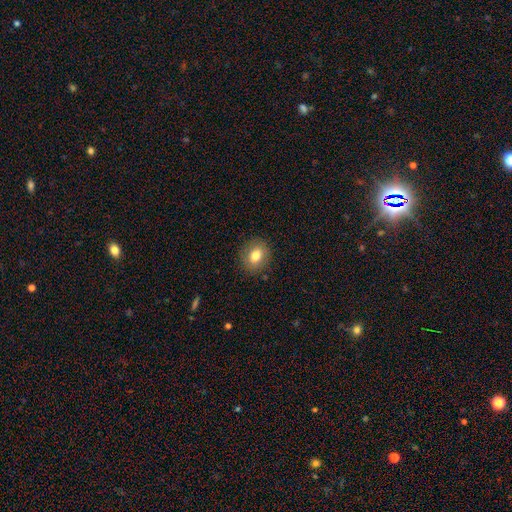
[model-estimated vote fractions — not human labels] This appears to be a smooth galaxy with no disk features (79%) that is round (61%). Merging: none (87%).